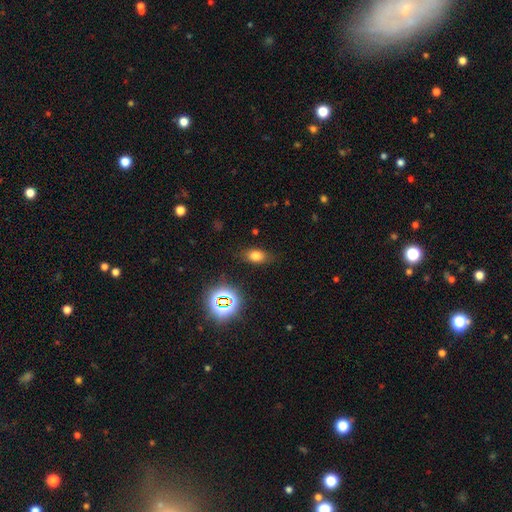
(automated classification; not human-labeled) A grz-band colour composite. It shows a smooth galaxy with no disk features (72%) that is in between round and cigar-shaped (82%). Merging: none (82%).